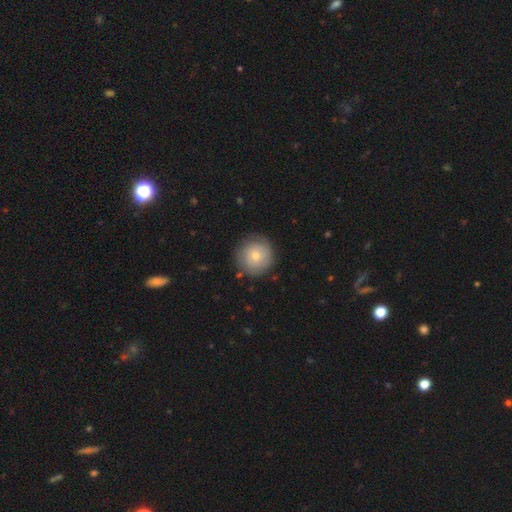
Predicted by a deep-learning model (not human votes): Smooth or featured?
  - smooth: 62% *
  - featured or disk: 31%
  - star or artifact: 7%
How rounded?
  - round: 94% *
  - in between: 5%
  - cigar-shaped: 1%
Merging?
  - none: 82% *
  - minor disturbance: 13%
  - major disturbance: 4%
  - merger: 1%